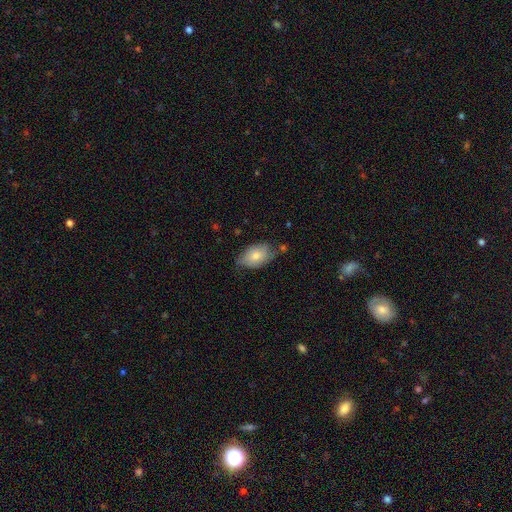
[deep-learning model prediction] Smooth or featured? Predicted: smooth (p=0.72). How rounded? Predicted: in between (p=0.89). Merging? Predicted: none (p=0.55).